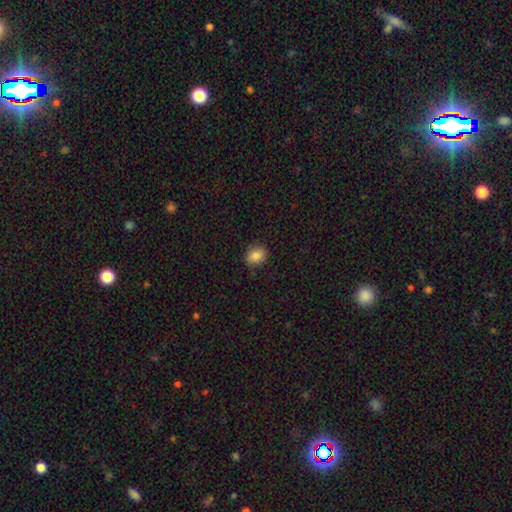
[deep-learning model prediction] A smooth galaxy with no disk features (85%) that is round (52%).

Vote fractions:
- Smooth or featured? smooth: 85% / star or artifact: 9% / featured or disk: 5%
- How rounded? round: 52% / in between: 47% / cigar-shaped: 1%
- Merging? none: 85% / minor disturbance: 12% / major disturbance: 3% / merger: 1%